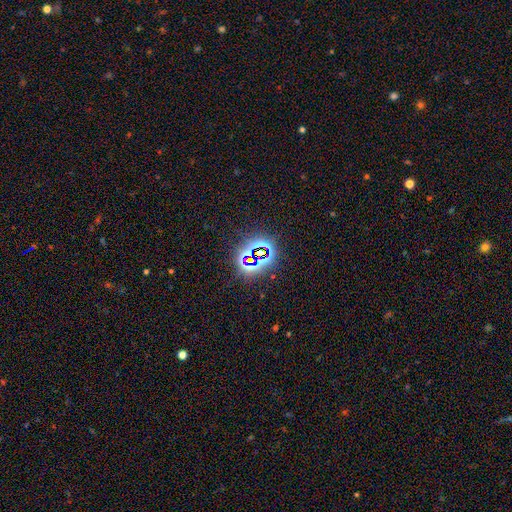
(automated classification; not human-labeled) A star or artifact, not a galaxy (78%).

Vote fractions:
- Smooth or featured? star or artifact: 78% / smooth: 13% / featured or disk: 8%